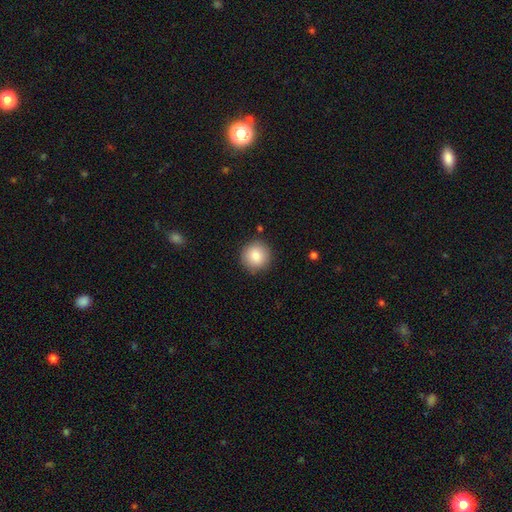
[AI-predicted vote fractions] Q: Smooth or featured?
A: smooth (84%); runner-up: star or artifact (8%)
Q: How rounded?
A: round (94%); runner-up: in between (5%)
Q: Merging?
A: none (88%); runner-up: minor disturbance (8%)